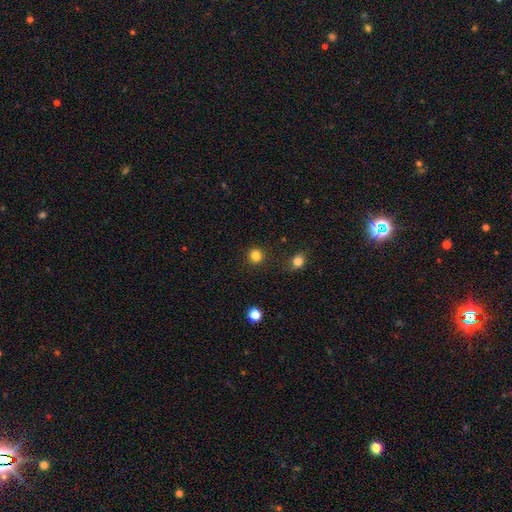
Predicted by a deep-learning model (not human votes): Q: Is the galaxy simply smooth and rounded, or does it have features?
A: smooth — 83%.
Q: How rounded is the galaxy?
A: round — 94%.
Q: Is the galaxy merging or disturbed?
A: none — 90%.